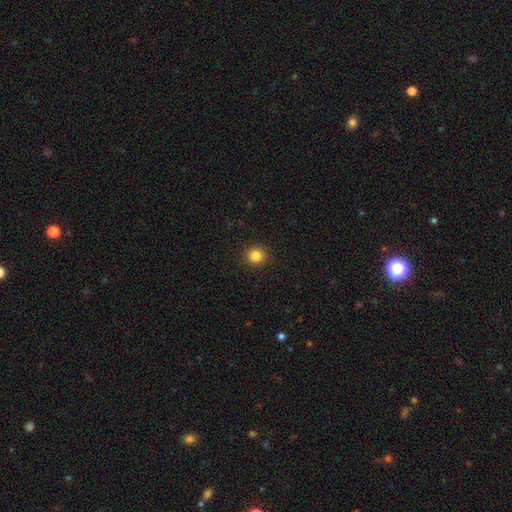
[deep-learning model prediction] Morphology: type=smooth (84%); roundness=round (93%); merging=none (92%).